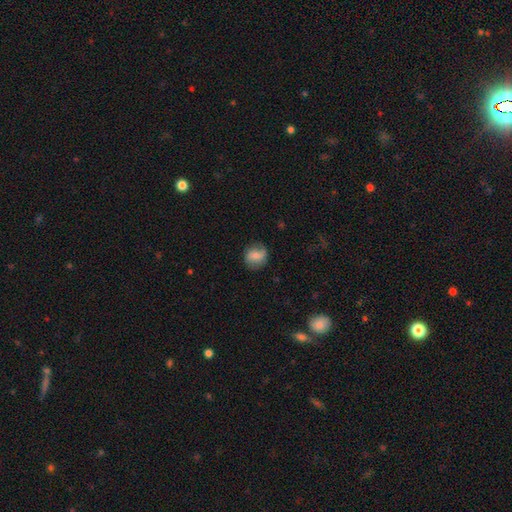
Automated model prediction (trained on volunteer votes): This appears to be a smooth galaxy with no disk features (61%) that is round (75%). Merging: none (76%).